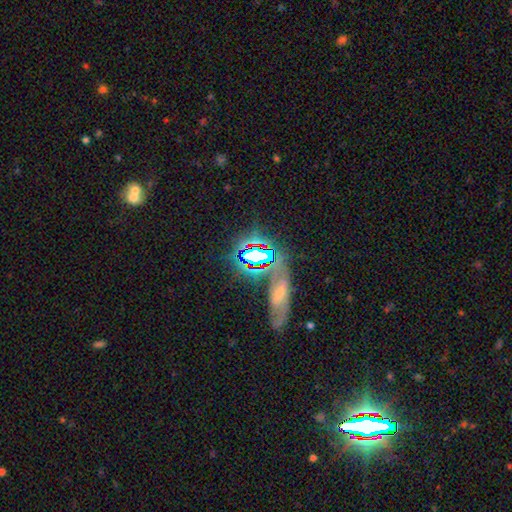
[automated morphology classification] smooth-or-featured: star or artifact: 60% | smooth: 23% | featured or disk: 17%